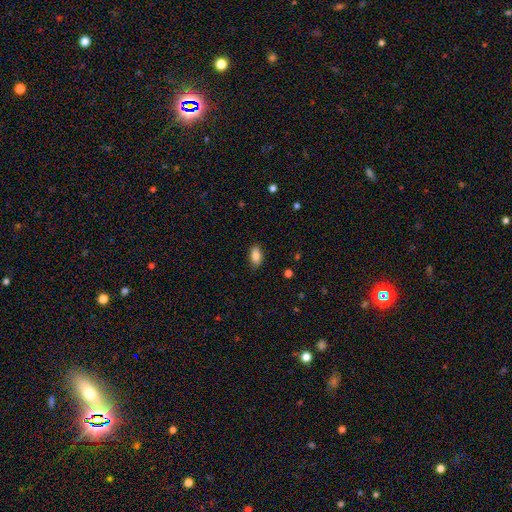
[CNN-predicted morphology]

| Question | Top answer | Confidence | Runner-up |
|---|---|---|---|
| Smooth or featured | smooth | 86% | star or artifact (8%) |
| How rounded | in between | 91% | cigar-shaped (5%) |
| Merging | none | 86% | minor disturbance (11%) |